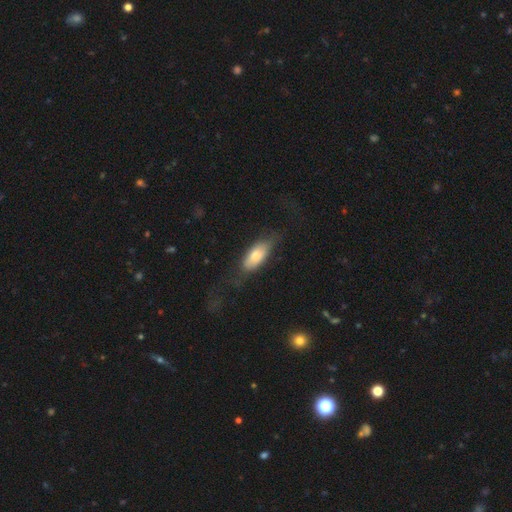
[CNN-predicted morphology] type=smooth (65%); roundness=in between (77%); merging=none (56%).